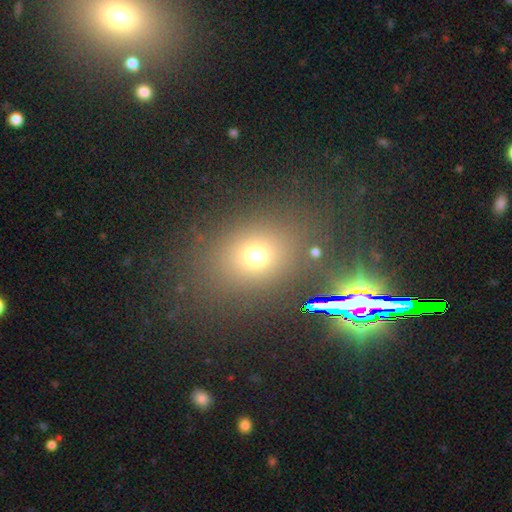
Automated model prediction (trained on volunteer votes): Smooth or featured? smooth (67%)
How rounded? round (56%)
Merging? none (80%)